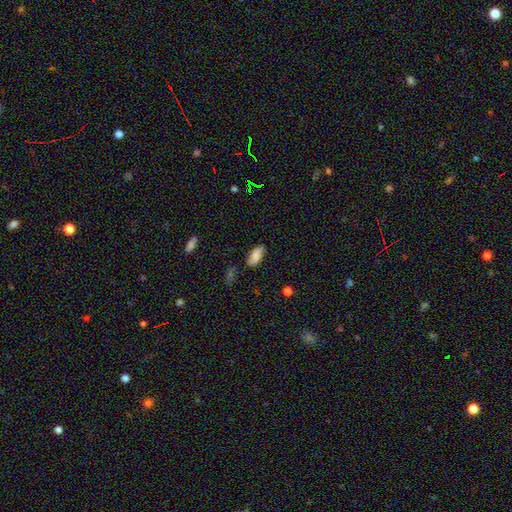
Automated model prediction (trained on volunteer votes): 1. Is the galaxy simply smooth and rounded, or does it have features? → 75% smooth, 17% featured or disk, 9% star or artifact.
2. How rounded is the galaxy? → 89% in between, 8% cigar-shaped, 3% round.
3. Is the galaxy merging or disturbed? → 77% none, 17% minor disturbance, 4% major disturbance, 2% merger.